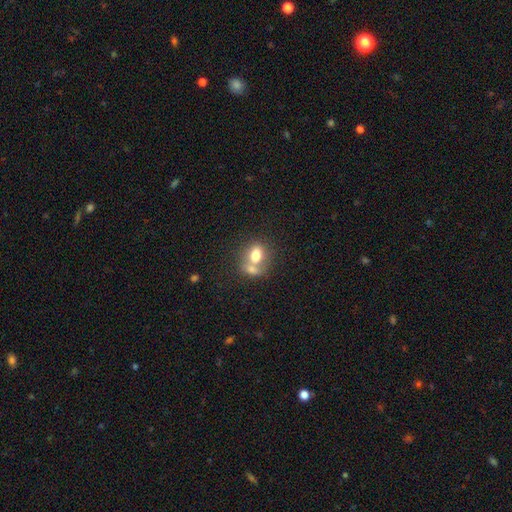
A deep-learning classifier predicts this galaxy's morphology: A smooth galaxy with no disk features (73%) that is in between round and cigar-shaped (66%). Merging: merger (55%).